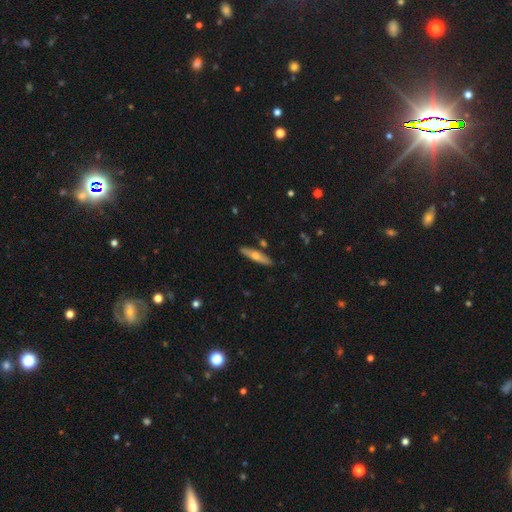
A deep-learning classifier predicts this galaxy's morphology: Smooth or featured? Predicted: smooth (p=0.50). Merging? Predicted: none (p=0.86).